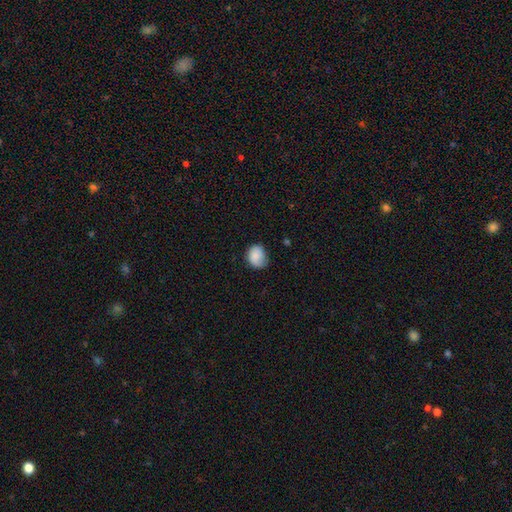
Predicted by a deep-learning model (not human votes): Smooth or featured? Predicted: smooth (p=0.81). How rounded? Predicted: round (p=0.57). Merging? Predicted: none (p=0.59).